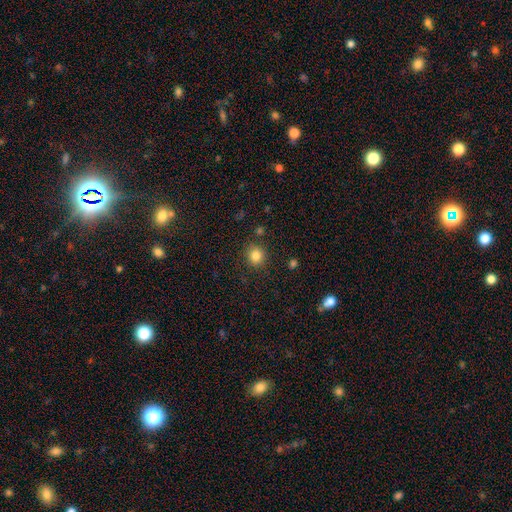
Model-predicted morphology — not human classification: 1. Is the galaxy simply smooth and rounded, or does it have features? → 83% smooth, 12% star or artifact, 5% featured or disk.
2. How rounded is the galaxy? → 87% round, 12% in between, 1% cigar-shaped.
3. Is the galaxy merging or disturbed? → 87% none, 8% minor disturbance, 3% major disturbance, 2% merger.